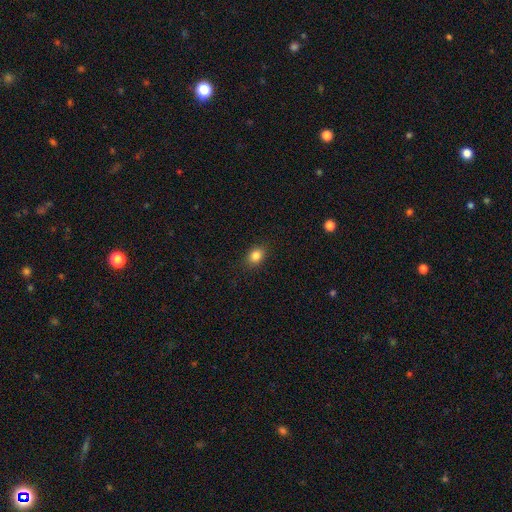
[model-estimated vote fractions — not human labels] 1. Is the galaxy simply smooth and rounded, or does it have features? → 84% smooth, 10% star or artifact, 6% featured or disk.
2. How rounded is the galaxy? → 59% in between, 40% round, 1% cigar-shaped.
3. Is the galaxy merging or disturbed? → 88% none, 9% minor disturbance, 2% major disturbance, 1% merger.